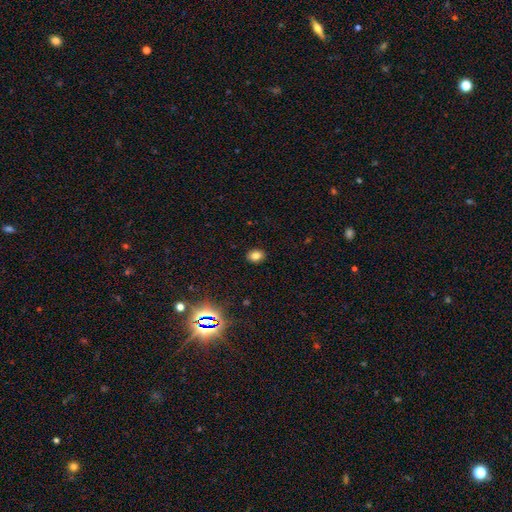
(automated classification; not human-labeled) Morphology: type=smooth (80%); roundness=in between (62%); merging=none (90%).